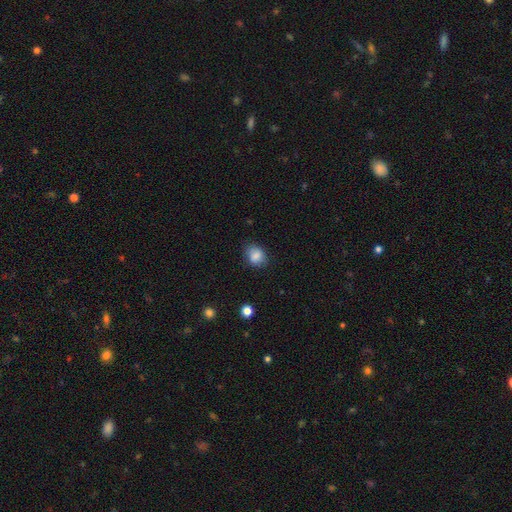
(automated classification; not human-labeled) This appears to be a smooth galaxy with no disk features (85%) that is round (53%). Merging: none (74%).